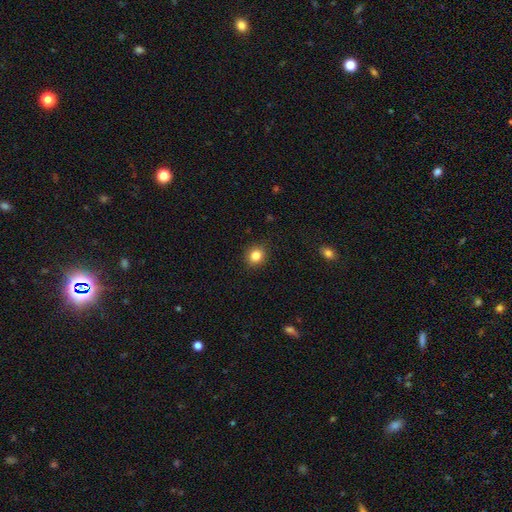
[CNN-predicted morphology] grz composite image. It shows a smooth galaxy with no disk features (84%) that is round (78%). Merging: none (90%).